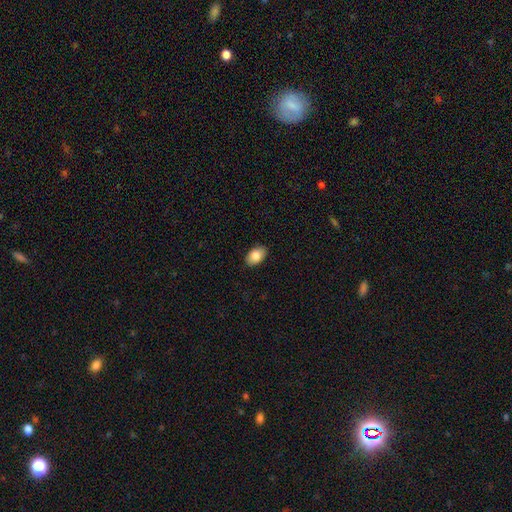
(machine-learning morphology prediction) This is clearly a smooth galaxy (84%). How rounded: clearly in between (90%). Merging: clearly none (88%).